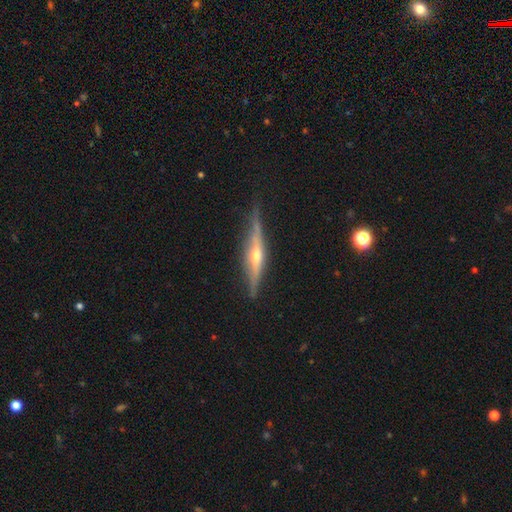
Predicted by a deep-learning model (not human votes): Smooth or featured: featured or disk — 80% (smooth — 14%)
Edge-on disk: yes — 97% (no — 3%)
Edge-on bulge: rounded — 86% (none — 7%)
Merging: none — 82% (minor disturbance — 13%)